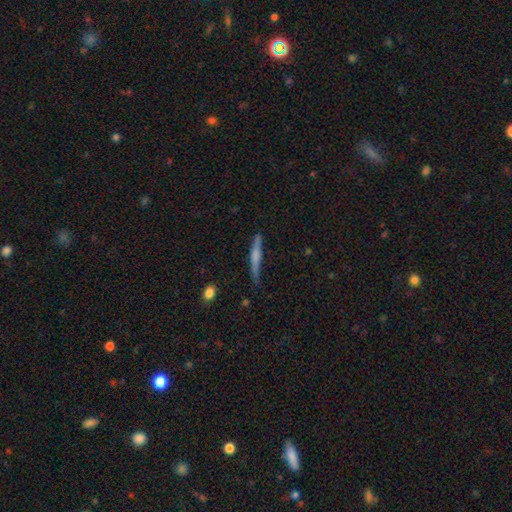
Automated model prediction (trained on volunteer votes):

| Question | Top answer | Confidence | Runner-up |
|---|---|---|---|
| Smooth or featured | smooth | 48% | featured or disk (45%) |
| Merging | none | 74% | minor disturbance (20%) |